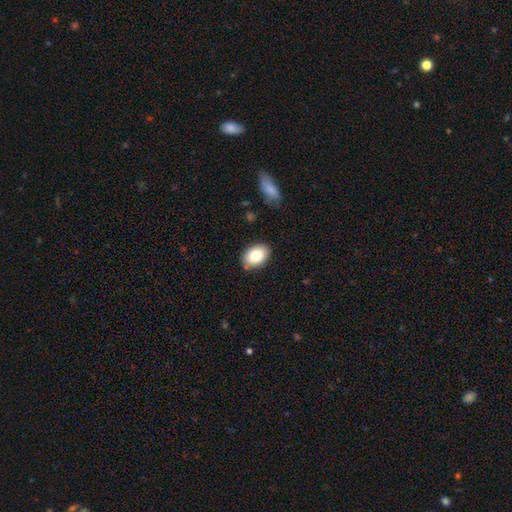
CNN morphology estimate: This is clearly a smooth galaxy (82%). How rounded: clearly in between (83%). Merging: clearly none (83%).